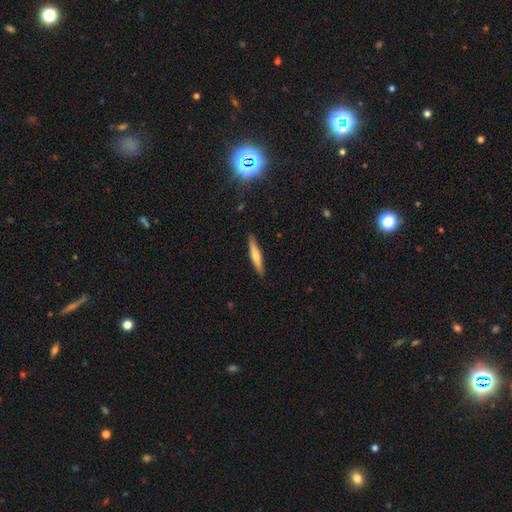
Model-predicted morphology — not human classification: Smooth or featured?
  - smooth: 52% *
  - featured or disk: 42%
  - star or artifact: 6%
How rounded?
  - cigar-shaped: 90% *
  - in between: 9%
  - round: 2%
Merging?
  - none: 90% *
  - minor disturbance: 8%
  - major disturbance: 2%
  - merger: 1%